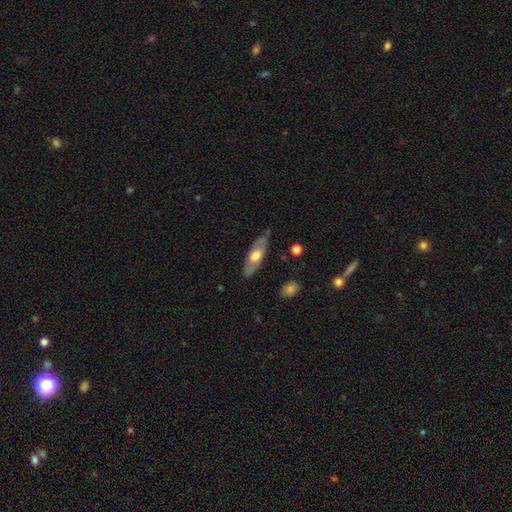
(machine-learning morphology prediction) The model was most divided on "smooth or featured": featured or disk: 48%, smooth: 46%, star or artifact: 5%. More confident: merging — none (75%).